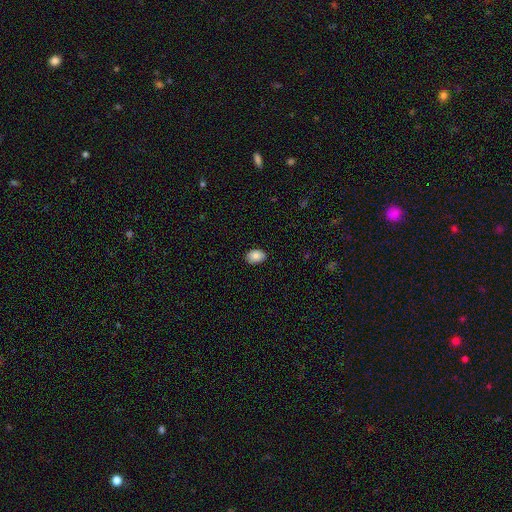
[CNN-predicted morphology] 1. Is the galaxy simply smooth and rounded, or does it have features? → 86% smooth, 8% star or artifact, 6% featured or disk.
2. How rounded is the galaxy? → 78% in between, 21% round, 1% cigar-shaped.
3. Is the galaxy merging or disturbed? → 88% none, 9% minor disturbance, 2% major disturbance, 1% merger.